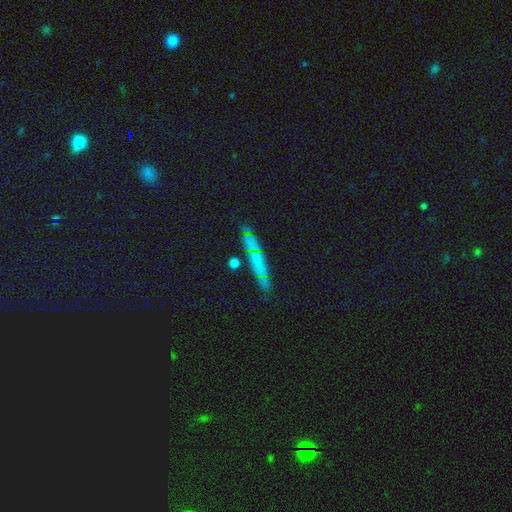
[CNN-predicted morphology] smooth 43%, star or artifact 33%, featured or disk 24%. Down the decision tree: merging — none (79%).